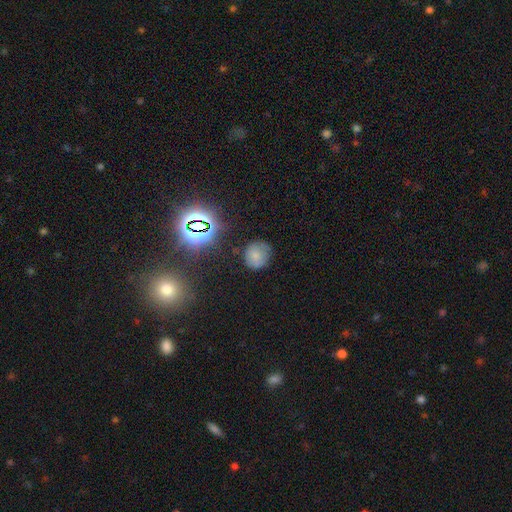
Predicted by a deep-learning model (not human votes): The model was most divided on "smooth or featured": smooth: 68%, star or artifact: 17%, featured or disk: 14%. More confident: how rounded — round (86%); merging — none (73%).